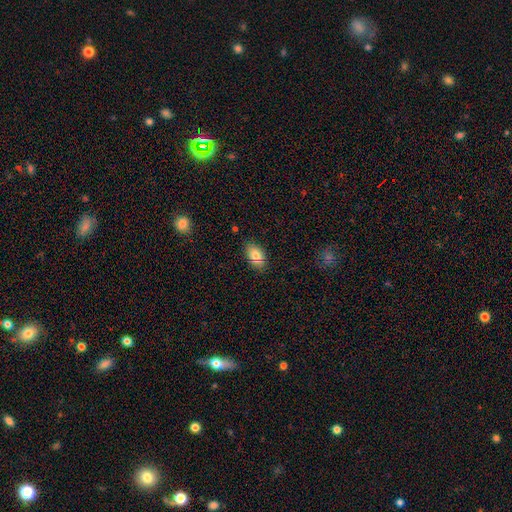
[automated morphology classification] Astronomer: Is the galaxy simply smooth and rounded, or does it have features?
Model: smooth — 81%.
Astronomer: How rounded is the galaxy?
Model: in between — 90%.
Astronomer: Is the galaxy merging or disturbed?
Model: none — 84%.